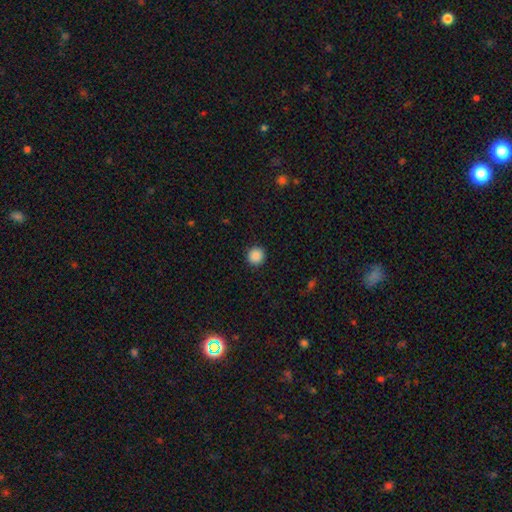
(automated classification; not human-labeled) Smooth or featured?
  - smooth: 88% *
  - star or artifact: 9%
  - featured or disk: 3%
How rounded?
  - round: 95% *
  - in between: 4%
  - cigar-shaped: 1%
Merging?
  - none: 92% *
  - minor disturbance: 5%
  - major disturbance: 2%
  - merger: 1%